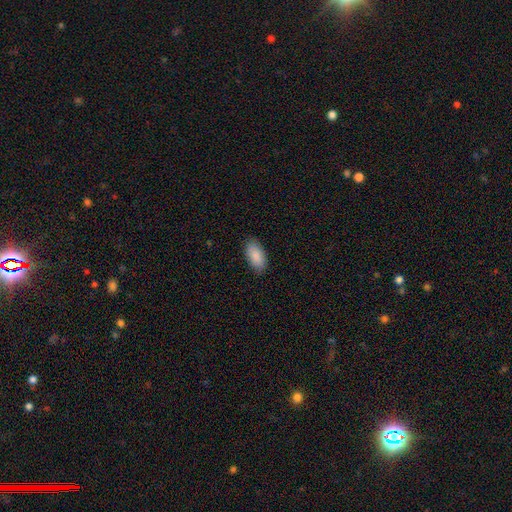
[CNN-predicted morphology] smooth_or_featured: smooth (p=0.90) [alt: star or artifact p=0.06]
how_rounded: in between (p=0.93) [alt: cigar-shaped p=0.05]
merging: none (p=0.87) [alt: minor disturbance p=0.10]